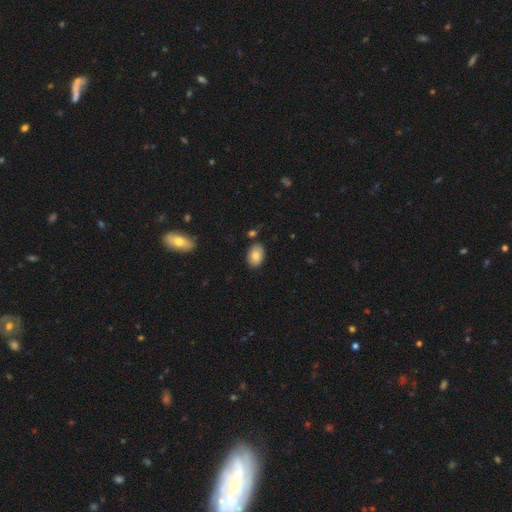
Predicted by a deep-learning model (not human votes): A smooth galaxy with no disk features (83%) that is in between round and cigar-shaped (86%). Merging: none (83%).